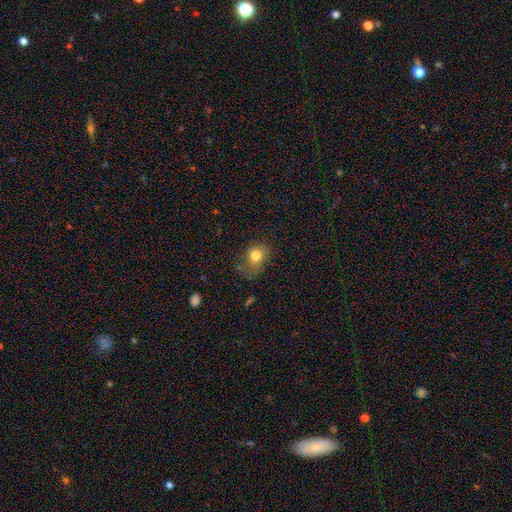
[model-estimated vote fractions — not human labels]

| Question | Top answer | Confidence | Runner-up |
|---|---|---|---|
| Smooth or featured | smooth | 79% | star or artifact (11%) |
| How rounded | round | 53% | in between (46%) |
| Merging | none | 56% | minor disturbance (29%) |